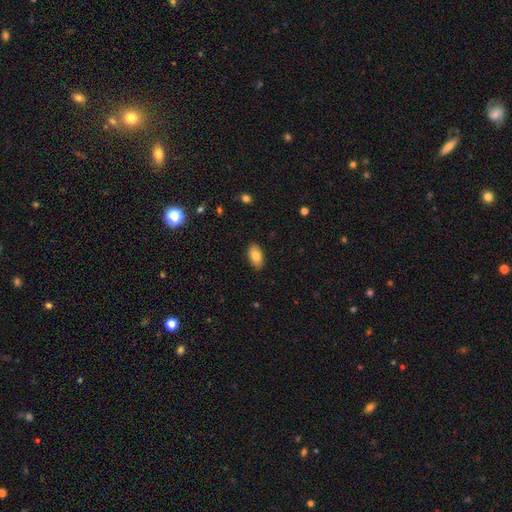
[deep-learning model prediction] Smooth or featured? smooth (81%)
How rounded? in between (93%)
Merging? none (88%)